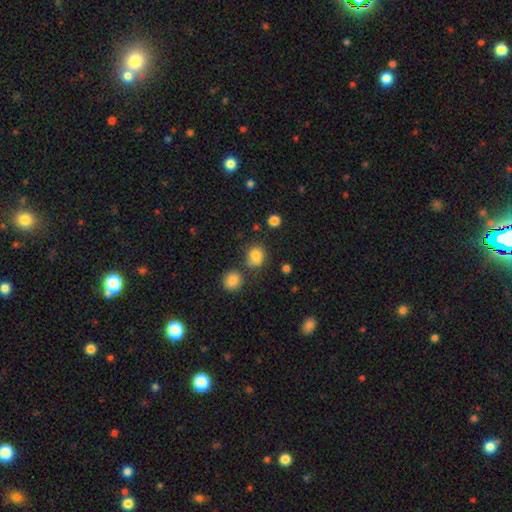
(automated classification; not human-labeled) smooth_or_featured: smooth (p=0.79) [alt: star or artifact p=0.13]
how_rounded: round (p=0.67) [alt: in between p=0.32]
merging: none (p=0.59) [alt: merger p=0.18]